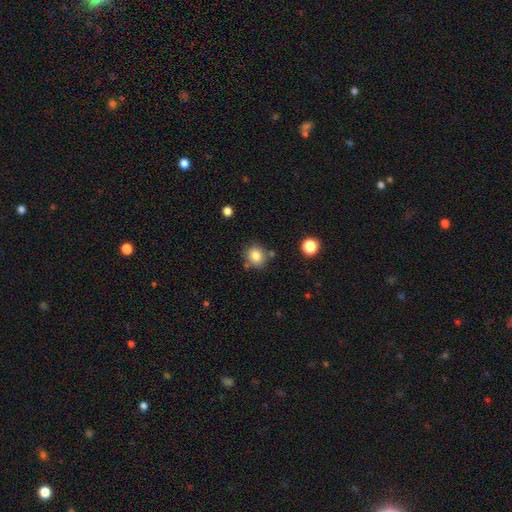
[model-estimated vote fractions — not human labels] This appears to be a smooth galaxy with no disk features (82%) that is round (77%). Merging: none (77%).